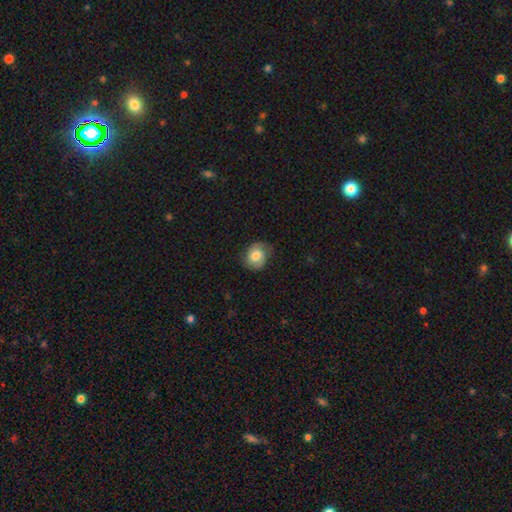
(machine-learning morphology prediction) Smooth or featured?
  - smooth: 60% *
  - featured or disk: 32%
  - star or artifact: 8%
How rounded?
  - round: 65% *
  - in between: 34%
  - cigar-shaped: 1%
Merging?
  - none: 66% *
  - minor disturbance: 24%
  - major disturbance: 8%
  - merger: 1%